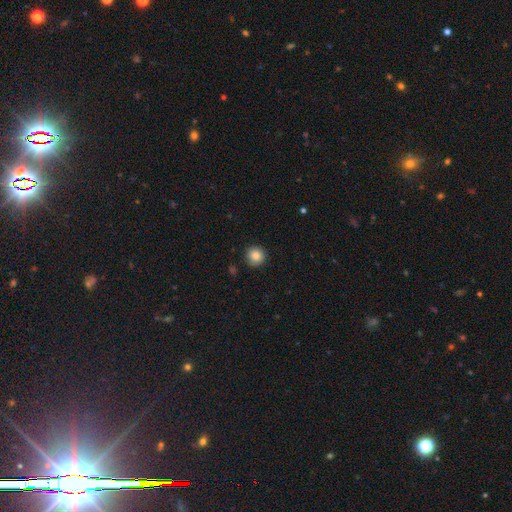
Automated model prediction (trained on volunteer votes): Smooth or featured: smooth — 85% (star or artifact — 10%)
How rounded: round — 94% (in between — 5%)
Merging: none — 88% (minor disturbance — 8%)